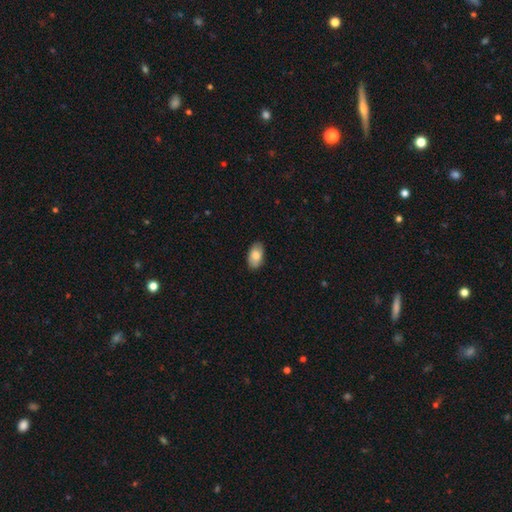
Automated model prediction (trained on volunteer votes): Q: Smooth or featured?
A: smooth (81%); runner-up: featured or disk (13%)
Q: How rounded?
A: in between (94%); runner-up: round (4%)
Q: Merging?
A: none (87%); runner-up: minor disturbance (10%)